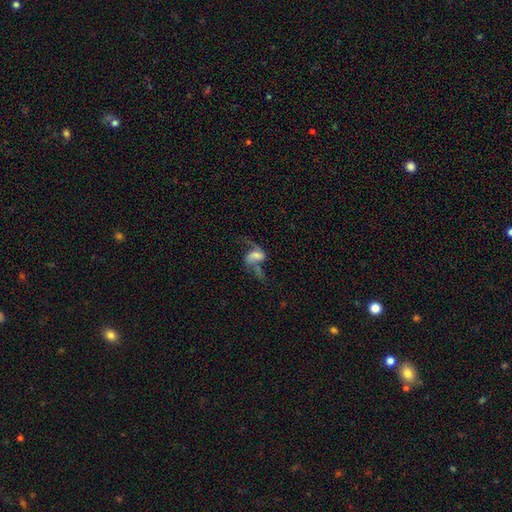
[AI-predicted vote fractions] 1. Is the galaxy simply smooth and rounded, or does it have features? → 64% featured or disk, 26% smooth, 11% star or artifact.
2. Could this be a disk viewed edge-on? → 96% no, 4% yes.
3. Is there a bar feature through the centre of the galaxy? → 46% no, 38% weak, 16% strong.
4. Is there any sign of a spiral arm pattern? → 80% yes, 20% no.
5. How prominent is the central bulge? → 31% moderate, 27% small, 22% none, 17% large, 4% dominant.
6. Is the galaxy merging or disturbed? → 35% major disturbance, 27% none, 24% merger, 14% minor disturbance.